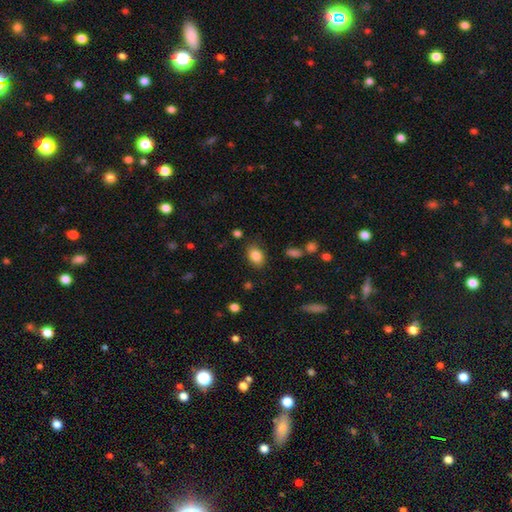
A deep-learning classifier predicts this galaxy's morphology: This is clearly a smooth galaxy (85%). How rounded: clearly in between (81%). Merging: clearly none (82%).